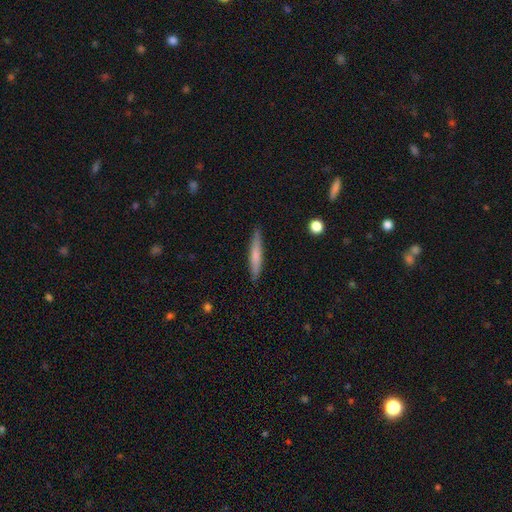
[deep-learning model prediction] This is likely a smooth galaxy (62%). How rounded: clearly cigar-shaped (93%). Merging: clearly none (89%).